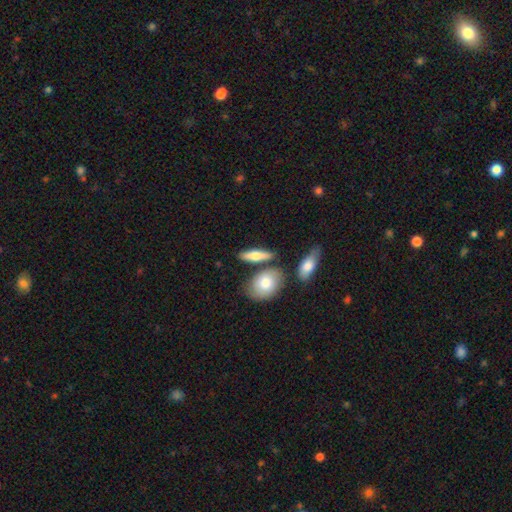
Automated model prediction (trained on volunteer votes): This appears to be a smooth galaxy with no disk features (68%) that is in between round and cigar-shaped (56%). Merging: none (70%).